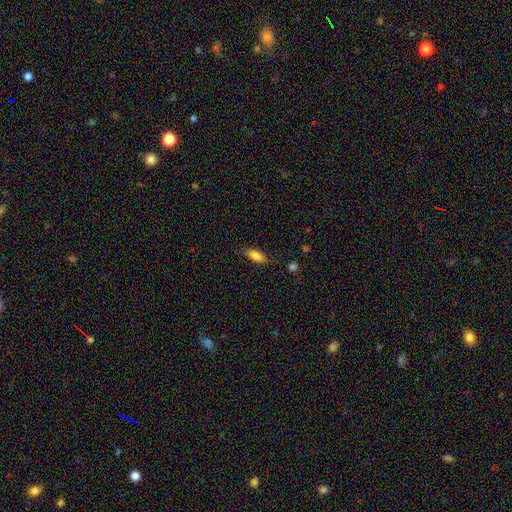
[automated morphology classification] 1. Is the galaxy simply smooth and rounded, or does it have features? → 82% smooth, 10% featured or disk, 8% star or artifact.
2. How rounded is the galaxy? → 76% in between, 21% cigar-shaped, 3% round.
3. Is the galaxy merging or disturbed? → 73% none, 20% minor disturbance, 5% major disturbance, 2% merger.